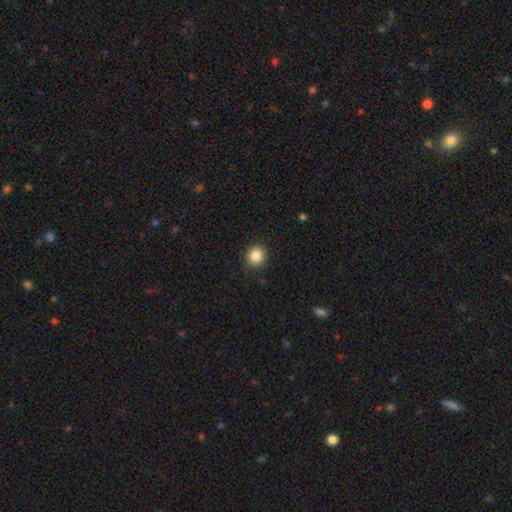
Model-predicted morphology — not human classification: A smooth galaxy with no disk features (87%) that is round (87%). Merging: none (90%).